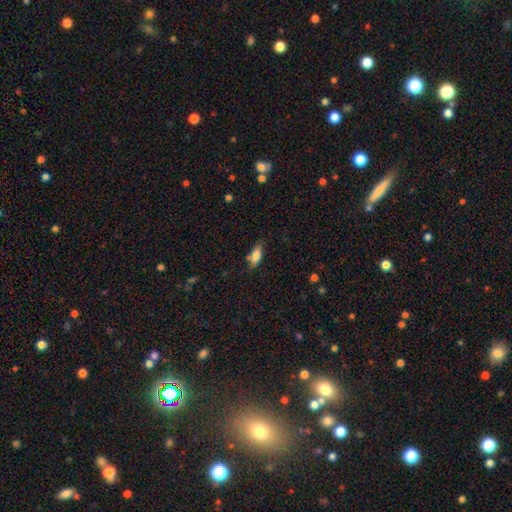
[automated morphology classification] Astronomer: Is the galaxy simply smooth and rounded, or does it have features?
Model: smooth — 78%.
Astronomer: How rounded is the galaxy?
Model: in between — 75%.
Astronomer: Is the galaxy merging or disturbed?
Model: none — 72%.